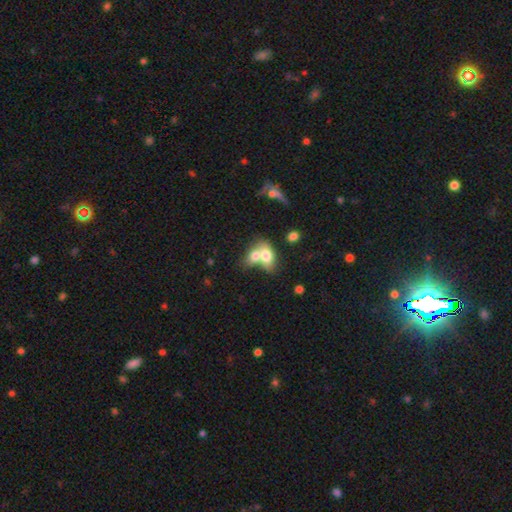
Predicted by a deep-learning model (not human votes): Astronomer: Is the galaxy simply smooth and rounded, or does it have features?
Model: smooth — 70%.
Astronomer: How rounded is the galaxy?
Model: in between — 78%.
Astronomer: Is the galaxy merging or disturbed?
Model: merger — 74%.